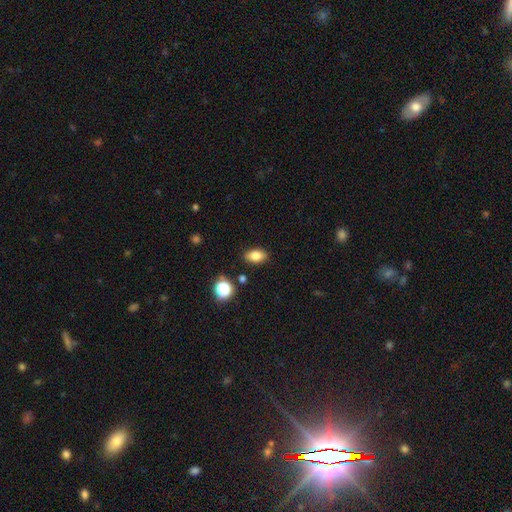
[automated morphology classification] The model was most divided on "smooth or featured": smooth: 81%, star or artifact: 11%, featured or disk: 9%. More confident: merging — none (86%); how rounded — in between (86%).